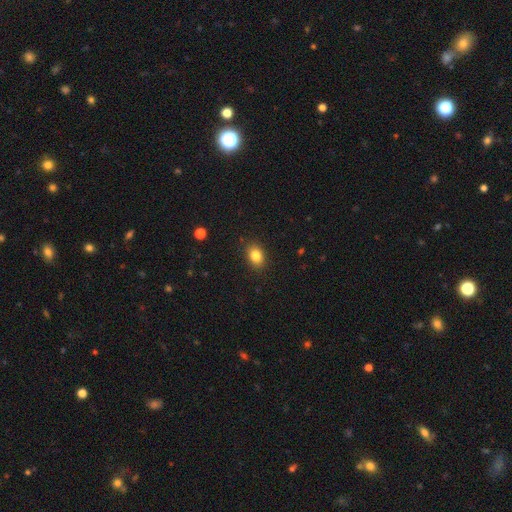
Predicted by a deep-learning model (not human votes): smooth_or_featured: smooth (p=0.83) [alt: star or artifact p=0.10]
how_rounded: in between (p=0.71) [alt: round p=0.28]
merging: none (p=0.88) [alt: minor disturbance p=0.09]